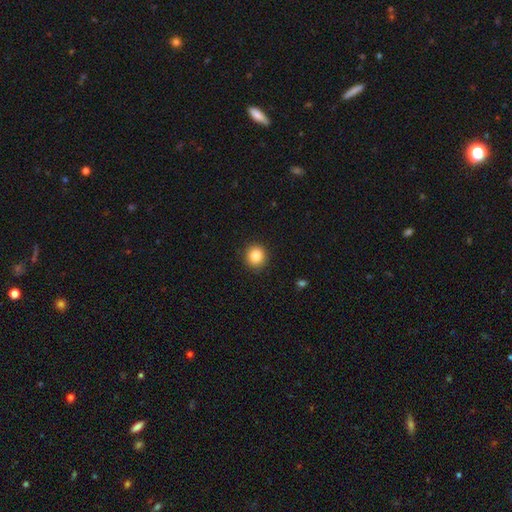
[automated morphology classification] This is clearly a smooth galaxy (85%). How rounded: clearly round (89%). Merging: clearly none (91%).